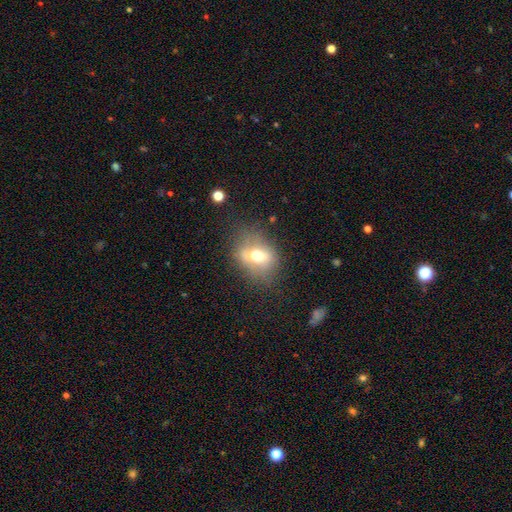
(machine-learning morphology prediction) A smooth galaxy with no disk features (49%). Merging: none (68%).